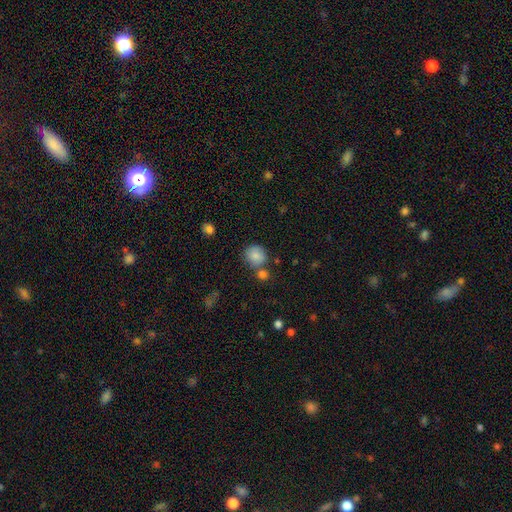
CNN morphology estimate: smooth-or-featured: smooth: 83% | star or artifact: 9% | featured or disk: 8%
  how-rounded: round: 79% | in between: 20% | cigar-shaped: 1%
  merging: none: 63% | merger: 19% | minor disturbance: 14% | major disturbance: 4%